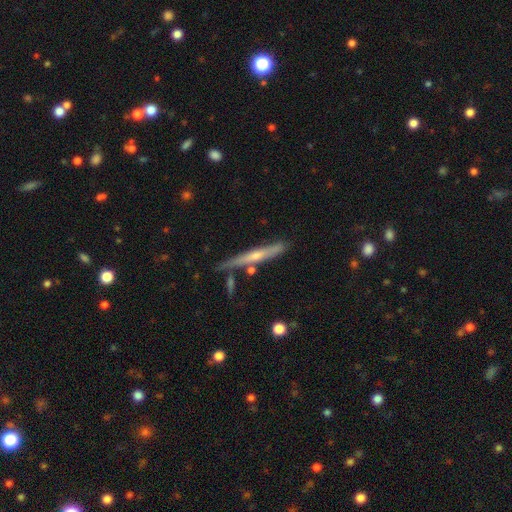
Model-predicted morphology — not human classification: This is likely a featured or disk galaxy (60%). It is clearly viewed edge-on (95%). Edge-on bulge: likely rounded (62%). Merging: likely none (76%).